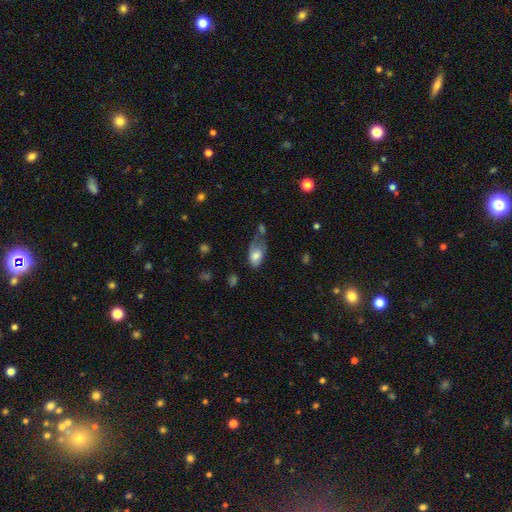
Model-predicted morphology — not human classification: A smooth galaxy with no disk features (74%) that is in between round and cigar-shaped (92%). Merging: minor disturbance (34%).